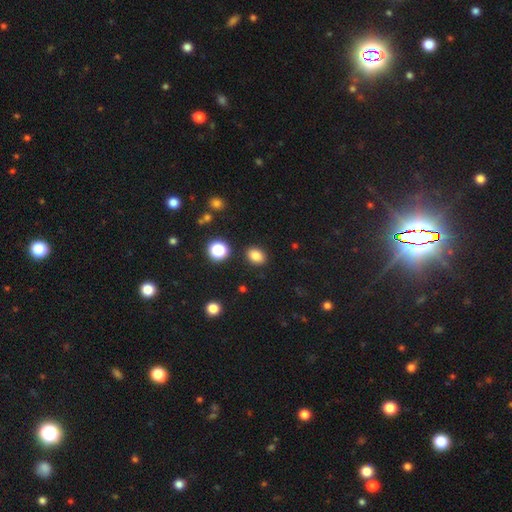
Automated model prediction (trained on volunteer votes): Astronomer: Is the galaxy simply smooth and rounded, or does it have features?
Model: smooth — 83%.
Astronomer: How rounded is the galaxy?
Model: in between — 70%.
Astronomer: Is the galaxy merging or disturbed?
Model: none — 86%.